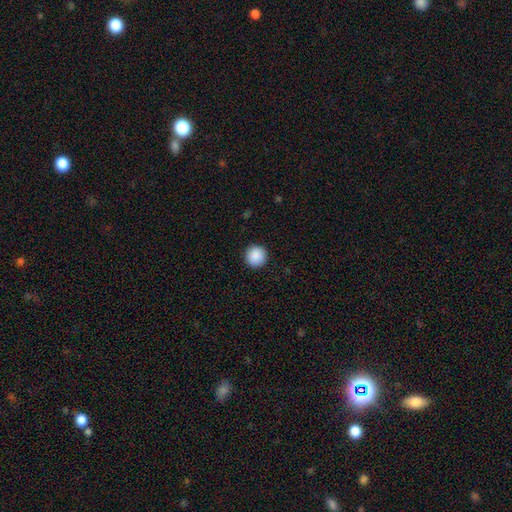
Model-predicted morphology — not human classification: Q: Smooth or featured?
A: smooth (90%); runner-up: star or artifact (8%)
Q: How rounded?
A: round (96%); runner-up: in between (3%)
Q: Merging?
A: none (93%); runner-up: minor disturbance (5%)